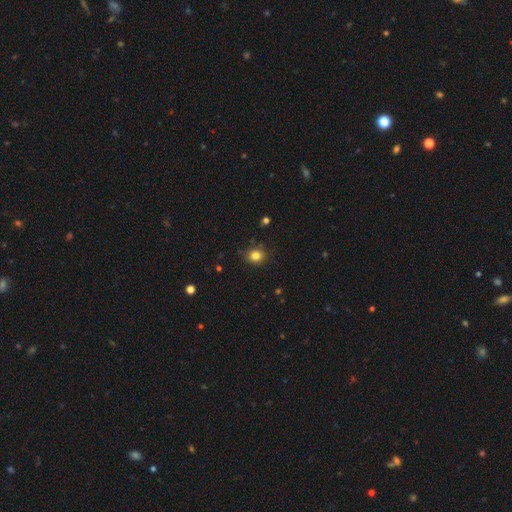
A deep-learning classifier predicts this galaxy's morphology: This appears to be a smooth galaxy with no disk features (82%) that is round (76%). Merging: none (85%).